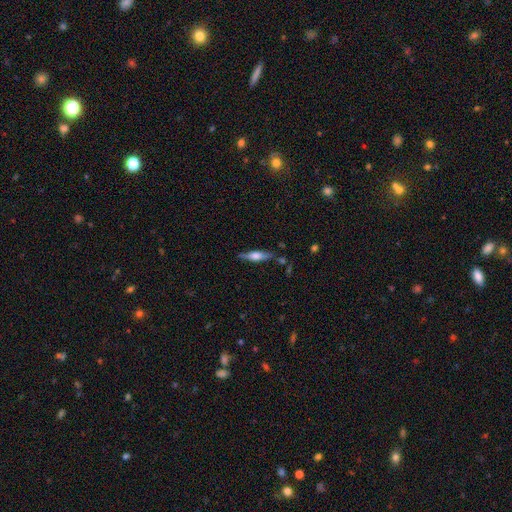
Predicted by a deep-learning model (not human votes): Smooth or featured: featured or disk — 60% (smooth — 34%)
Edge-on disk: yes — 95% (no — 5%)
Edge-on bulge: rounded — 77% (boxy — 19%)
Merging: none — 79% (minor disturbance — 14%)